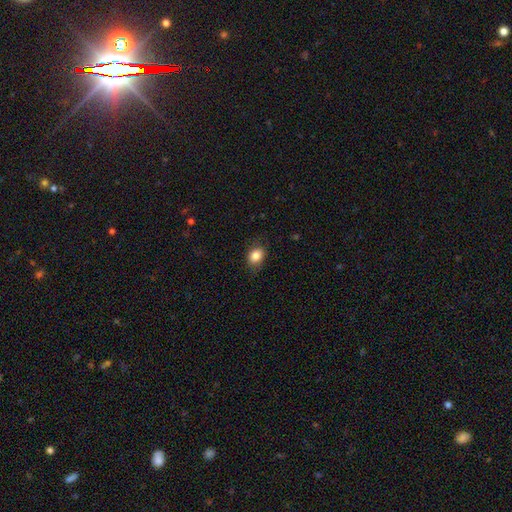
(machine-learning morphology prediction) A smooth galaxy with no disk features (84%) that is in between round and cigar-shaped (61%).

Vote fractions:
- Smooth or featured? smooth: 84% / star or artifact: 9% / featured or disk: 7%
- How rounded? in between: 61% / round: 38% / cigar-shaped: 1%
- Merging? none: 80% / minor disturbance: 15% / major disturbance: 4% / merger: 1%